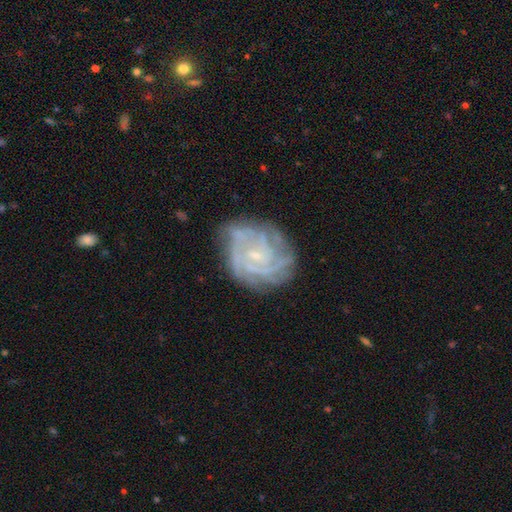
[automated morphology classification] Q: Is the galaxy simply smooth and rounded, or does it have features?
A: featured or disk — 84%.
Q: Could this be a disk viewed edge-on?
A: no — 98%.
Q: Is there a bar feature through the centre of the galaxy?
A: no — 64%.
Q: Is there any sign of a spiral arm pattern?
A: yes — 96%.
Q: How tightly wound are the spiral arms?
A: tight — 71%.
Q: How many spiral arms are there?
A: can't tell — 26%.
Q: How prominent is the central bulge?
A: small — 80%.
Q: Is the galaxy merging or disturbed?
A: none — 72%.